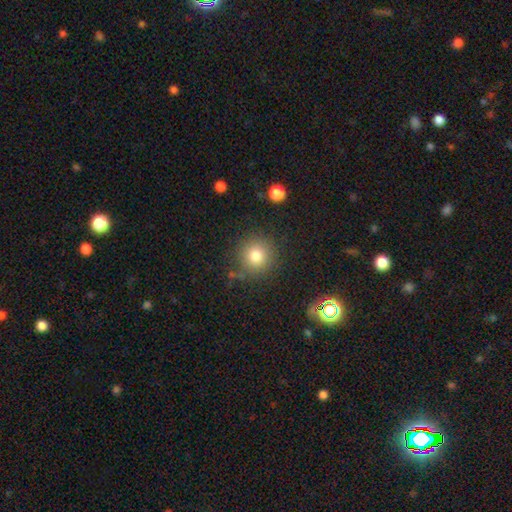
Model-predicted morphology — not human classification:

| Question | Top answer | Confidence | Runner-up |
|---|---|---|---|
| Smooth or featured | smooth | 80% | star or artifact (12%) |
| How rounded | round | 93% | in between (6%) |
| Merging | none | 84% | minor disturbance (9%) |